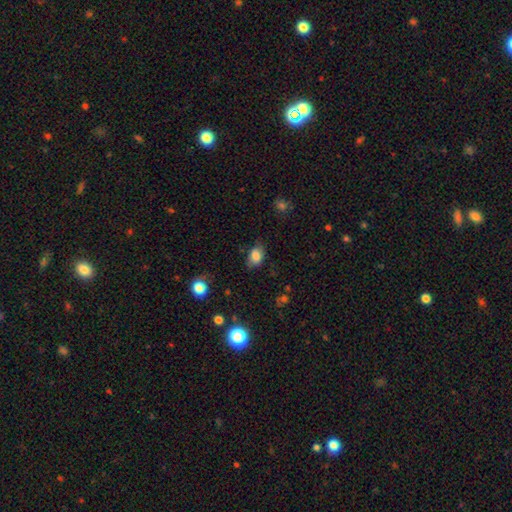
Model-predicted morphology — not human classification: This appears to be a smooth galaxy with no disk features (82%) that is in between round and cigar-shaped (84%). Merging: none (69%).